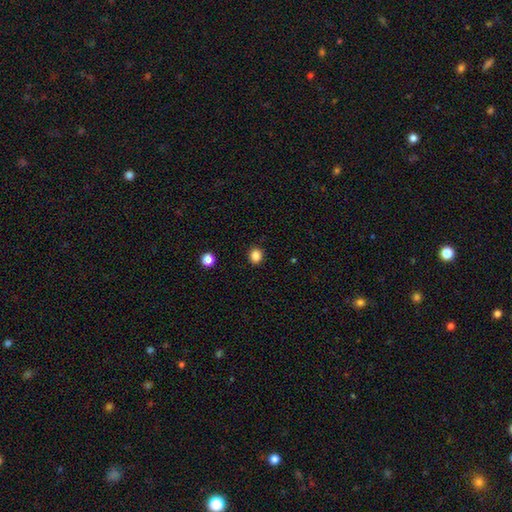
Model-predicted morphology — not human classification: Smooth or featured: smooth — 85% (star or artifact — 11%)
How rounded: round — 80% (in between — 19%)
Merging: none — 91% (minor disturbance — 6%)